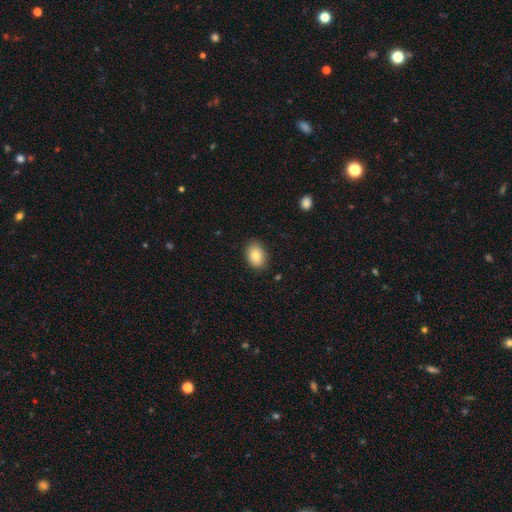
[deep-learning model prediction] A smooth galaxy with no disk features (84%) that is in between round and cigar-shaped (79%).

Vote fractions:
- Smooth or featured? smooth: 84% / featured or disk: 9% / star or artifact: 8%
- How rounded? in between: 79% / round: 20% / cigar-shaped: 1%
- Merging? none: 87% / minor disturbance: 10% / major disturbance: 2% / merger: 1%